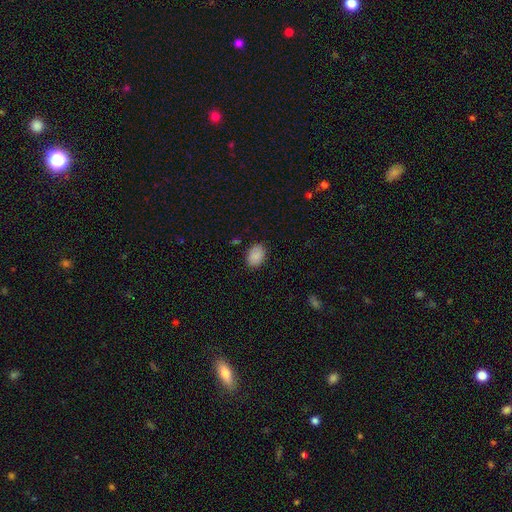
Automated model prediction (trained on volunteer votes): A smooth galaxy with no disk features (88%) that is in between round and cigar-shaped (75%). Merging: none (84%).